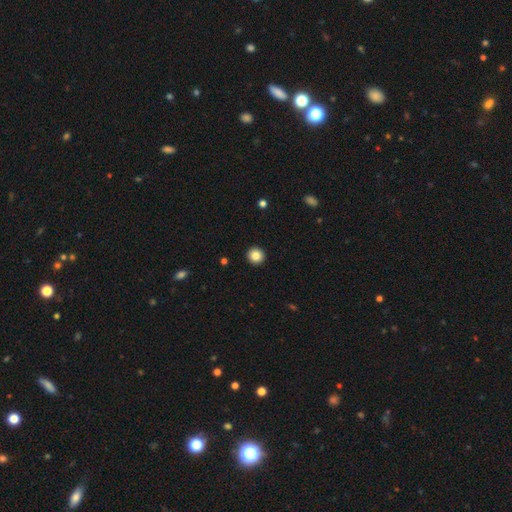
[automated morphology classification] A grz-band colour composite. It shows a smooth galaxy with no disk features (85%) that is round (95%). Merging: none (94%).